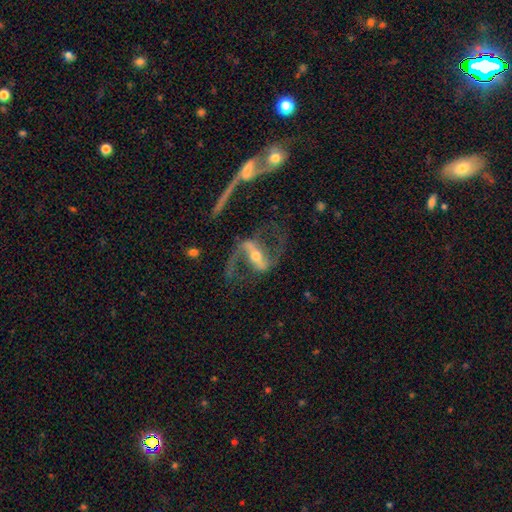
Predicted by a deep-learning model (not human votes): A featured or disk galaxy (91%) with a strong bar (65%), 2 (93%) loose (56%) spiral arms (96%) and a moderate central bulge (57%). Merging: none (66%).